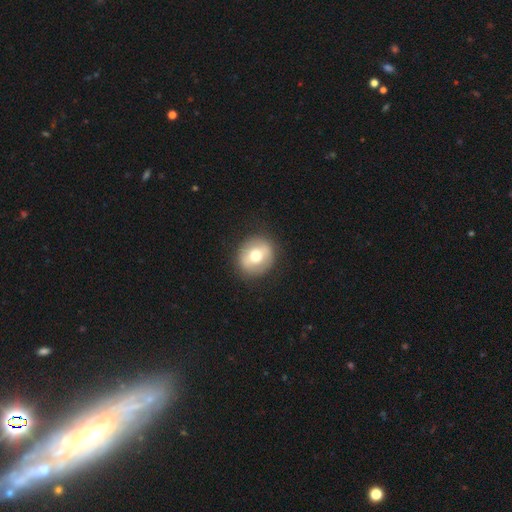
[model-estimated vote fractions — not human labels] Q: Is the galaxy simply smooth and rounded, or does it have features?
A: smooth — 61%.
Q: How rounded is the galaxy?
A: round — 82%.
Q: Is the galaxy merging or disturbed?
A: none — 88%.